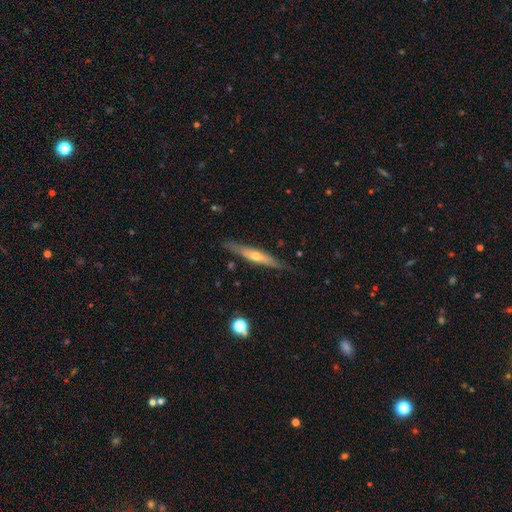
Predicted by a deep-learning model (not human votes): smooth_or_featured: featured or disk (p=0.66) [alt: smooth p=0.28]
disk_edge_on: yes (p=0.93) [alt: no p=0.07]
edge_on_bulge: rounded (p=0.81) [alt: none p=0.16]
merging: none (p=0.86) [alt: minor disturbance p=0.11]